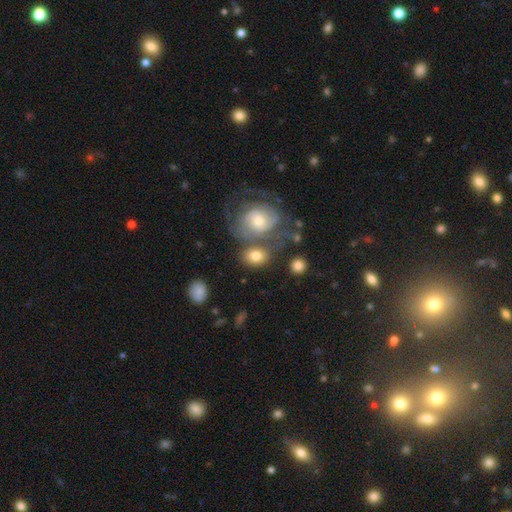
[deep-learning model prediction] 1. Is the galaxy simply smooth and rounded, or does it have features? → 64% smooth, 28% featured or disk, 8% star or artifact.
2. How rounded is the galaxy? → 58% in between, 41% round, 1% cigar-shaped.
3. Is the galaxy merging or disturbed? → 45% none, 31% merger, 15% minor disturbance, 9% major disturbance.